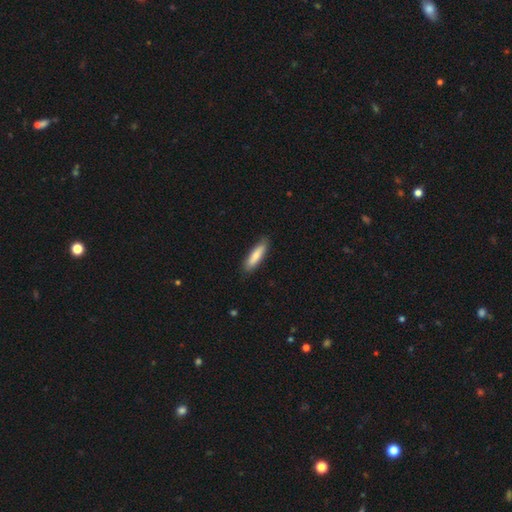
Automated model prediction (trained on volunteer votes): smooth_or_featured: smooth (p=0.79) [alt: featured or disk p=0.15]
how_rounded: cigar-shaped (p=0.68) [alt: in between p=0.31]
merging: none (p=0.86) [alt: minor disturbance p=0.11]